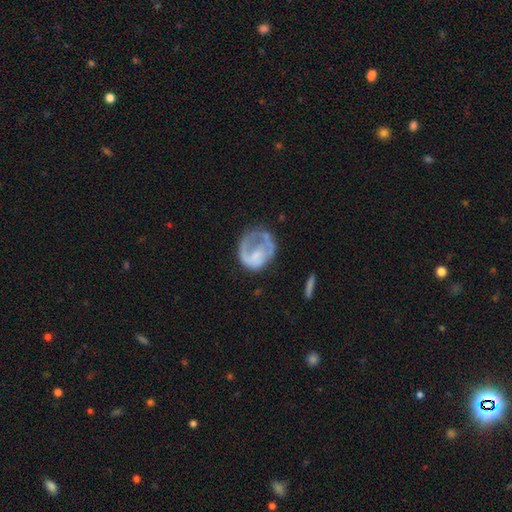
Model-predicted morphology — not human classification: featured or disk 59%, smooth 34%, star or artifact 7%. Down the decision tree: edge-on disk — no (98%); bar — no (75%); spiral arms — yes (51%); bulge size — none (47%); merging — major disturbance (39%).